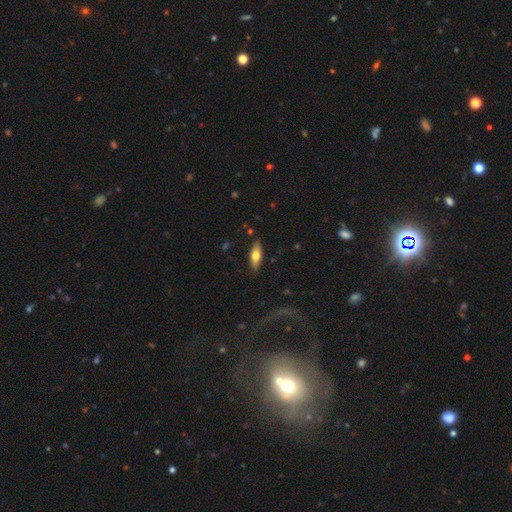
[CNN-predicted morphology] type=smooth (64%); roundness=in between (67%); merging=none (86%).